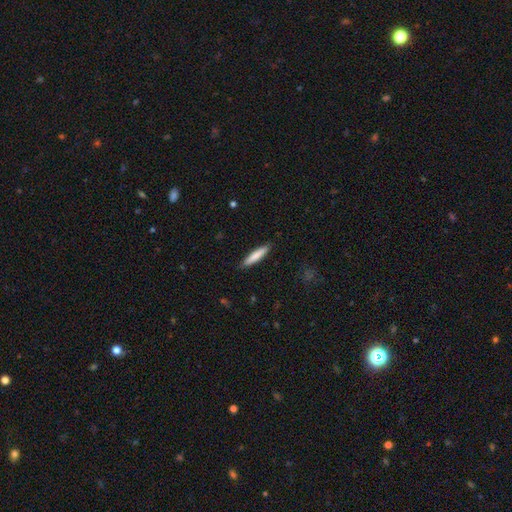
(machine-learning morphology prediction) smooth 78%, featured or disk 17%, star or artifact 5%. Down the decision tree: how rounded — cigar-shaped (90%); merging — none (89%).